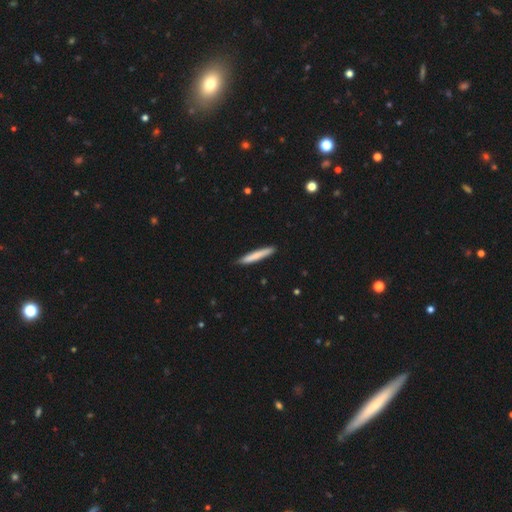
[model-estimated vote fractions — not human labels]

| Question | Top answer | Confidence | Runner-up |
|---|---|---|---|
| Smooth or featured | smooth | 76% | featured or disk (19%) |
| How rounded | cigar-shaped | 95% | in between (4%) |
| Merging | none | 87% | minor disturbance (10%) |